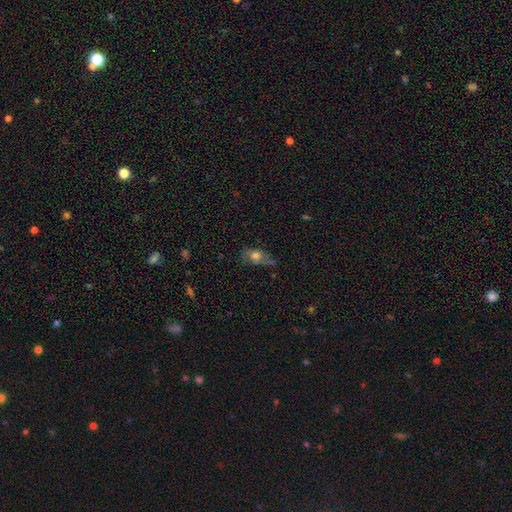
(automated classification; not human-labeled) The model was most divided on "merging": none: 52%, minor disturbance: 30%, major disturbance: 14%, merger: 4%. More confident: how rounded — in between (74%); smooth or featured — smooth (59%).